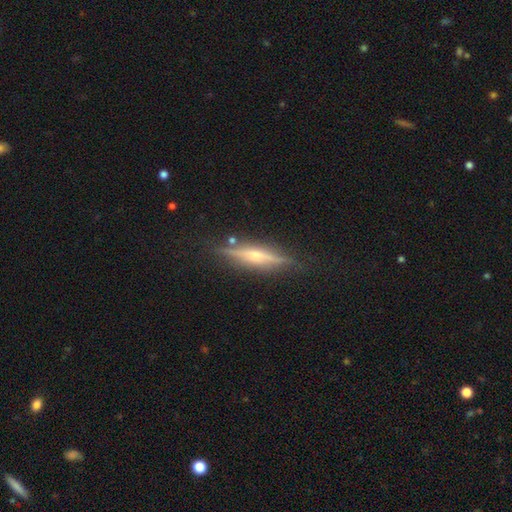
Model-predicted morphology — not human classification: type=featured or disk (72%); edge-on=yes (96%); edge-on bulge=rounded (76%); merging=none (85%).